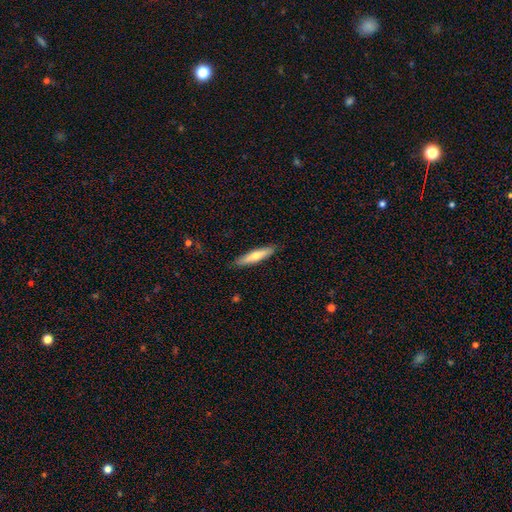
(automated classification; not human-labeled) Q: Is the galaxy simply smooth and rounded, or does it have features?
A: smooth — 53%.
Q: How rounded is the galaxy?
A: cigar-shaped — 84%.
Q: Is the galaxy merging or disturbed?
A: none — 88%.